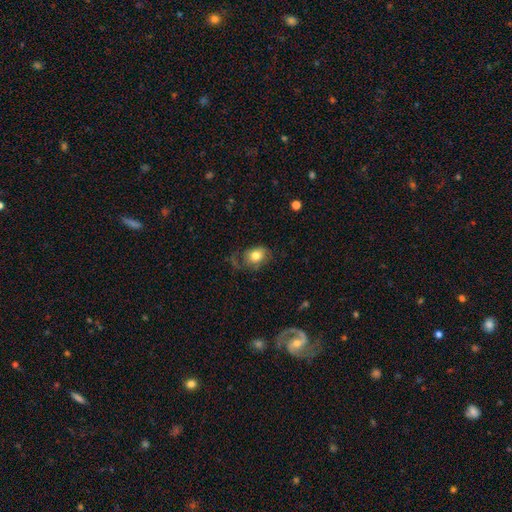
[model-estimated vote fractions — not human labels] Smooth or featured?
  - smooth: 75% *
  - featured or disk: 17%
  - star or artifact: 9%
How rounded?
  - in between: 69% *
  - round: 30%
  - cigar-shaped: 1%
Merging?
  - none: 50% *
  - minor disturbance: 26%
  - major disturbance: 21%
  - merger: 2%